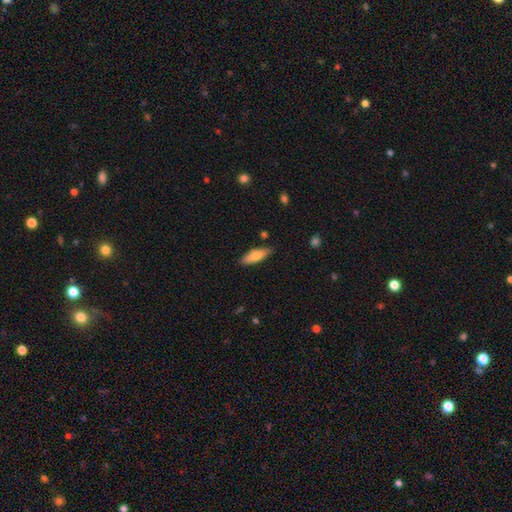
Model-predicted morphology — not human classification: This is likely a smooth galaxy (73%). How rounded: possibly in between (53%). Merging: clearly none (84%).